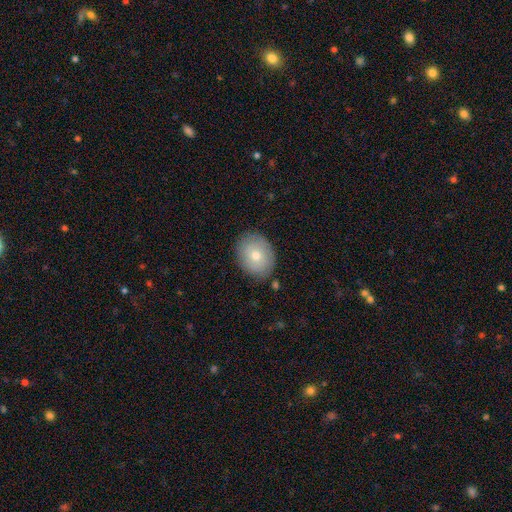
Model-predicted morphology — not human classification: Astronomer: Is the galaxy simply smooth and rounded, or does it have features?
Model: smooth — 71%.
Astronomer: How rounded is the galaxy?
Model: in between — 52% (runner-up: round, 47%).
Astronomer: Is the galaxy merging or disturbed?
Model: none — 84%.